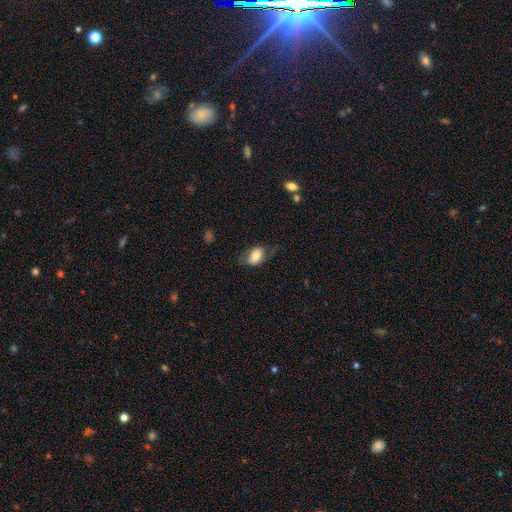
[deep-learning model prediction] Smooth or featured?
  - smooth: 66% *
  - featured or disk: 27%
  - star or artifact: 7%
How rounded?
  - in between: 87% *
  - round: 11%
  - cigar-shaped: 2%
Merging?
  - none: 57% *
  - minor disturbance: 25%
  - major disturbance: 16%
  - merger: 2%